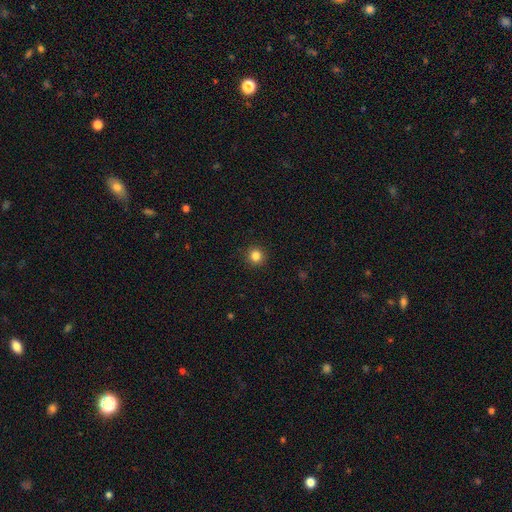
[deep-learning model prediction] A smooth galaxy with no disk features (84%) that is round (93%). Merging: none (92%).